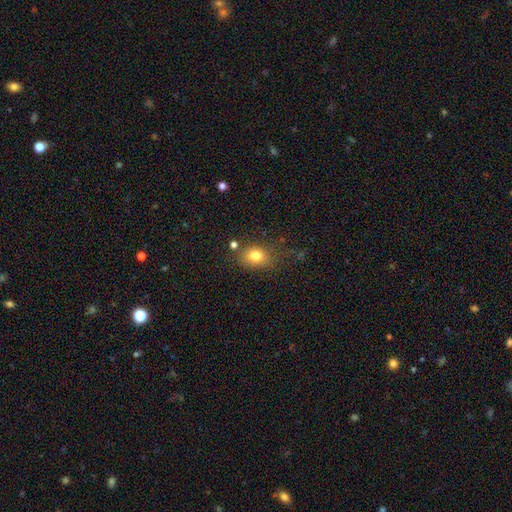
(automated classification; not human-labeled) Smooth or featured?
  - smooth: 79% *
  - star or artifact: 12%
  - featured or disk: 9%
How rounded?
  - in between: 51% *
  - round: 47%
  - cigar-shaped: 1%
Merging?
  - none: 69% *
  - minor disturbance: 18%
  - major disturbance: 7%
  - merger: 6%